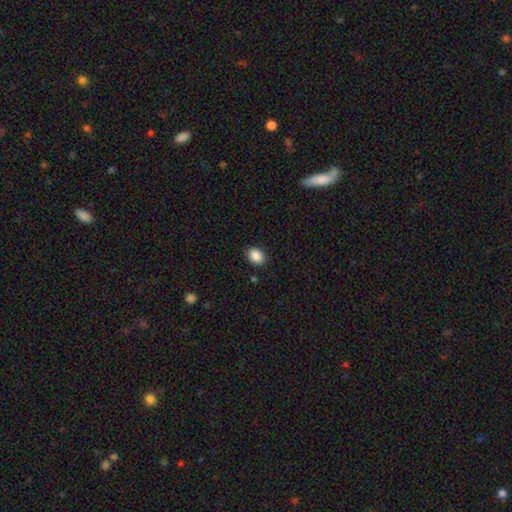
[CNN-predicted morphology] Overall: smooth (88%). How rounded: in between (66%; round 33%). Merging: none (86%).